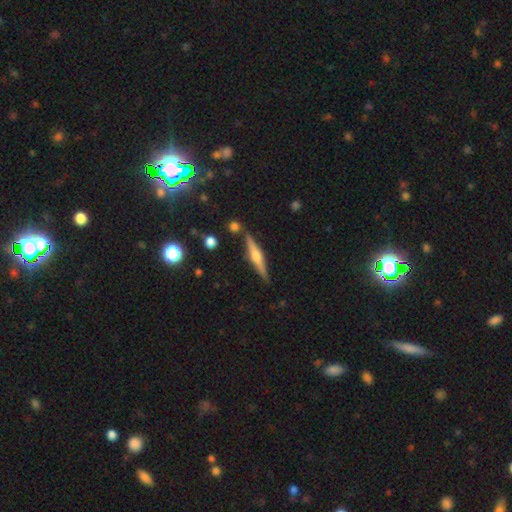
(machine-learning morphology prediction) Overall: featured or disk (70%). Edge-on disk: yes (97%). Edge-on bulge: rounded (89%). Merging: none (85%).